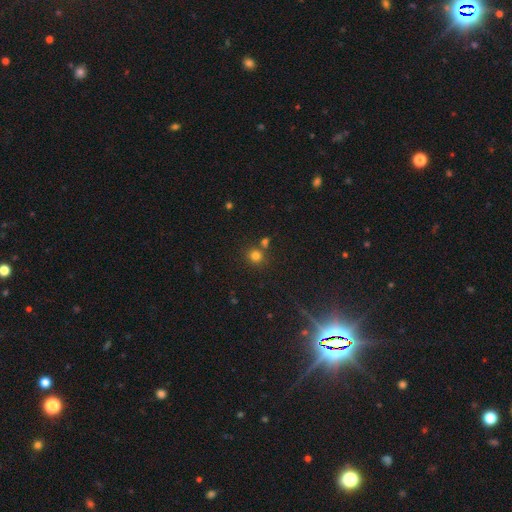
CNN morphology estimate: Overall: smooth (78%). How rounded: round (88%). Merging: none (71%).